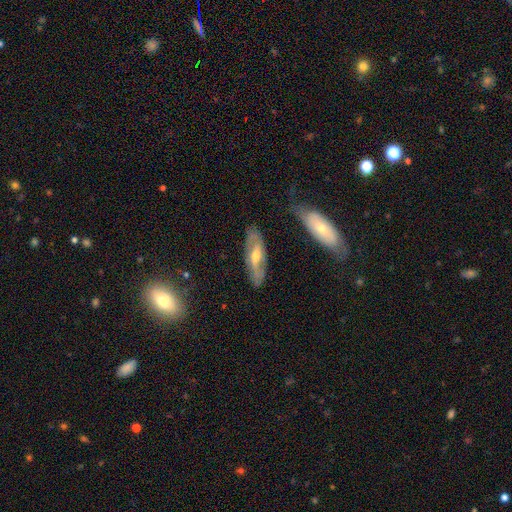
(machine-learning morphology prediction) featured or disk 65%, smooth 27%, star or artifact 7%. Down the decision tree: edge-on disk — no (73%); merging — none (77%).